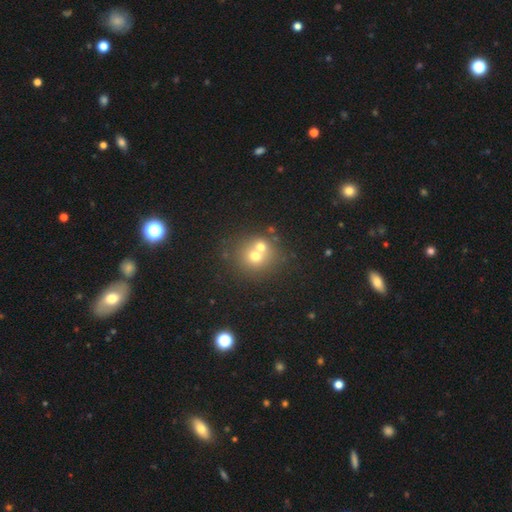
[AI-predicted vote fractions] smooth-or-featured: smooth: 64% | featured or disk: 21% | star or artifact: 15%
  how-rounded: round: 84% | in between: 15% | cigar-shaped: 1%
  merging: merger: 51% | none: 40% | minor disturbance: 6% | major disturbance: 3%